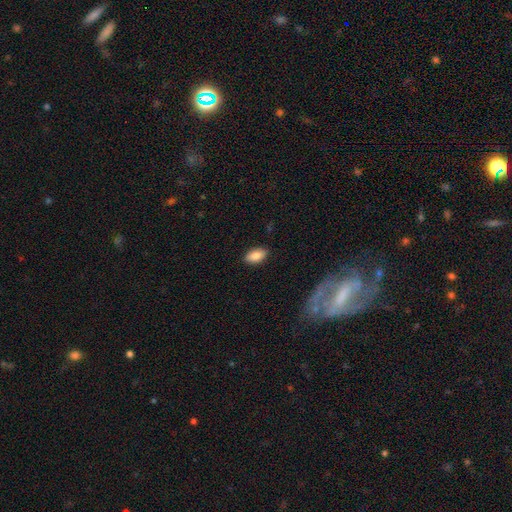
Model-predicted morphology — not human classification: This appears to be a smooth galaxy with no disk features (87%) that is in between round and cigar-shaped (92%). Merging: none (87%).